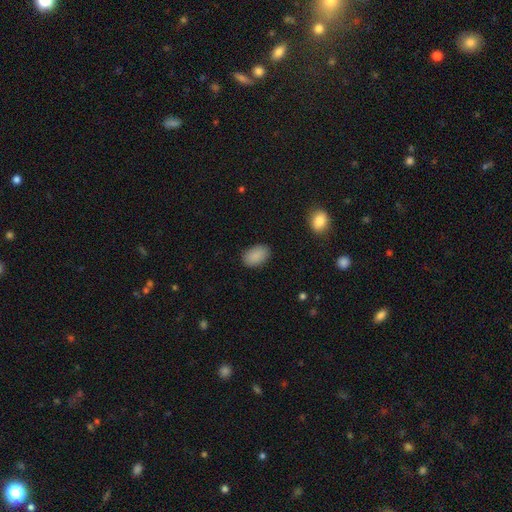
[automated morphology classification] Smooth or featured?
  - smooth: 89% *
  - star or artifact: 7%
  - featured or disk: 3%
How rounded?
  - in between: 91% *
  - round: 8%
  - cigar-shaped: 1%
Merging?
  - none: 87% *
  - minor disturbance: 9%
  - major disturbance: 2%
  - merger: 1%